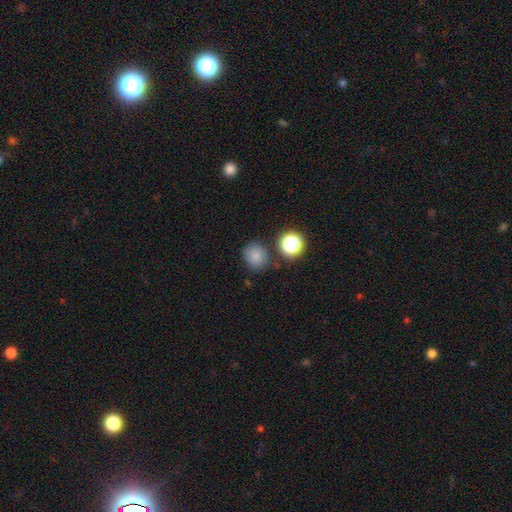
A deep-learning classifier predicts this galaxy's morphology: Overall: smooth (79%). How rounded: round (73%). Merging: none (76%).